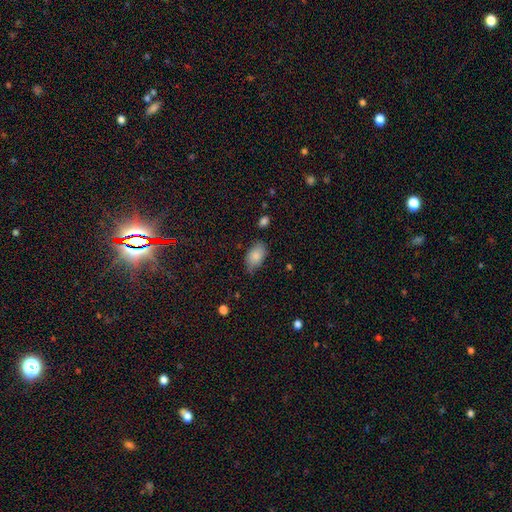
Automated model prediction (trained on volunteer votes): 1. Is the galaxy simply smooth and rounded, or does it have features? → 84% smooth, 9% featured or disk, 7% star or artifact.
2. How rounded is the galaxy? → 93% in between, 5% round, 2% cigar-shaped.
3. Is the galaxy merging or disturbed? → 68% none, 25% minor disturbance, 5% major disturbance, 2% merger.